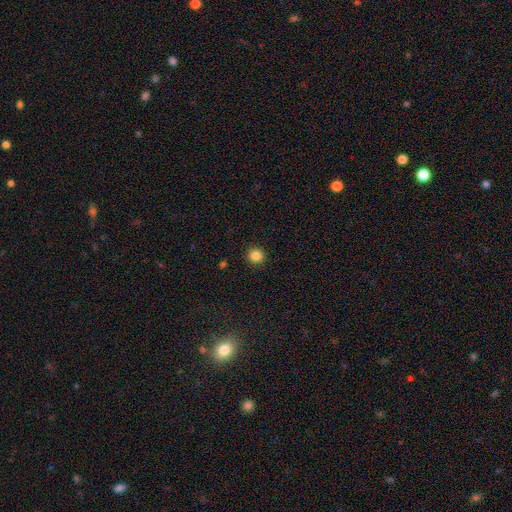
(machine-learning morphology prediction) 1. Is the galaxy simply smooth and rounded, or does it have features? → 85% smooth, 11% star or artifact, 4% featured or disk.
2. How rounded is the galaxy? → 93% round, 6% in between, 1% cigar-shaped.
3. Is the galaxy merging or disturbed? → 92% none, 5% minor disturbance, 2% major disturbance, 1% merger.